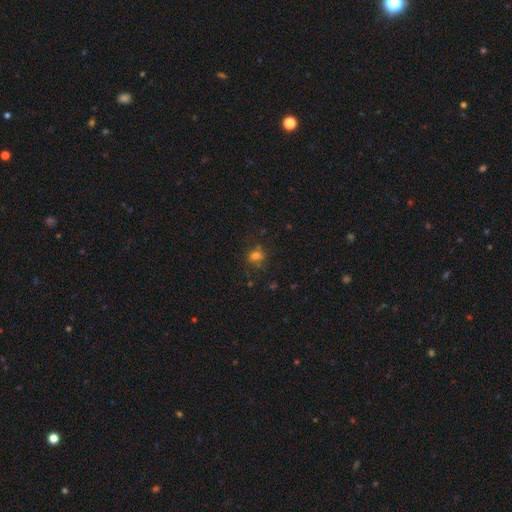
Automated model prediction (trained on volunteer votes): Smooth or featured: smooth — 73% (star or artifact — 18%)
How rounded: round — 64% (in between — 35%)
Merging: none — 68% (minor disturbance — 19%)